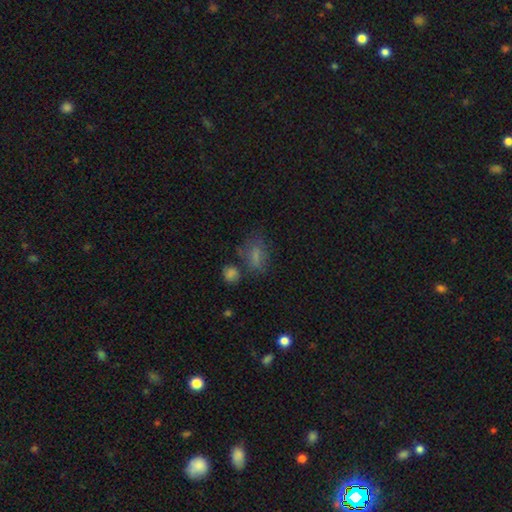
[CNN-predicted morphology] smooth 69%, star or artifact 17%, featured or disk 14%. Down the decision tree: how rounded — in between (74%); merging — none (50%).